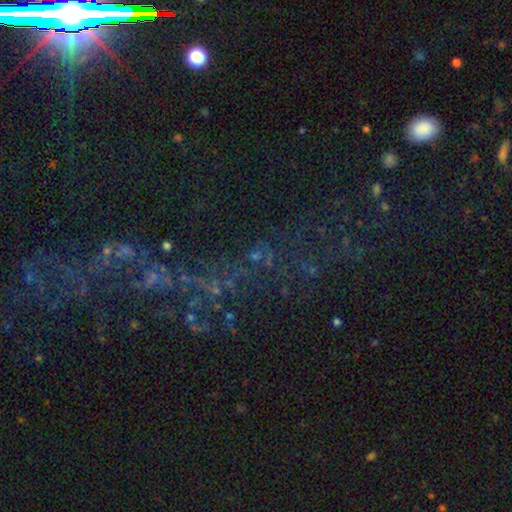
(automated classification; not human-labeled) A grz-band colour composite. It shows a star or artifact, not a galaxy (67%).